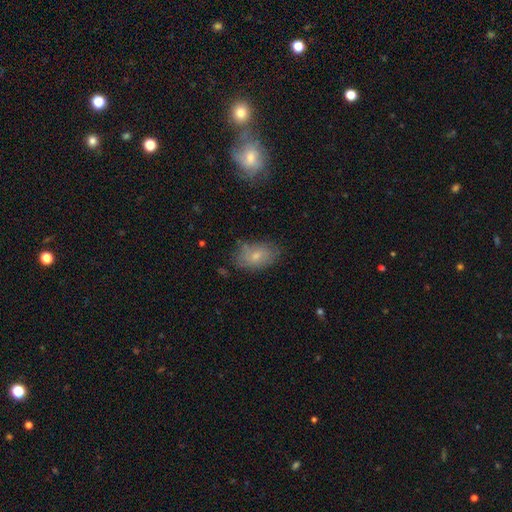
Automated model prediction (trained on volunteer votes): This is likely a smooth galaxy (68%). How rounded: clearly in between (90%). Merging: likely none (68%).